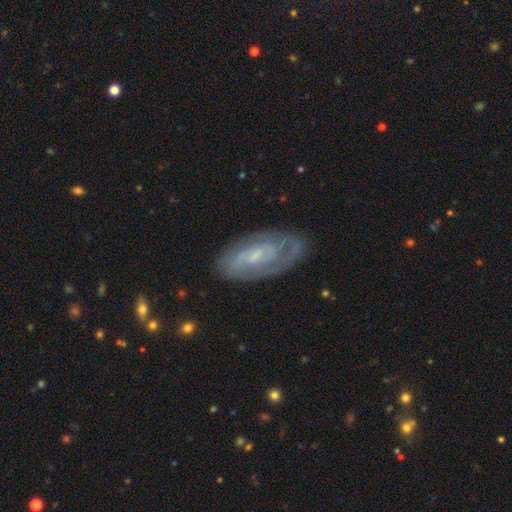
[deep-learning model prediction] Smooth or featured? featured or disk (71%)
Edge-on disk? no (92%)
Bar? no (49%)
Spiral arms? yes (79%)
Spiral winding? tight (57%)
Spiral arm count? can't tell (39%)
Bulge size? small (62%)
Merging? none (72%)